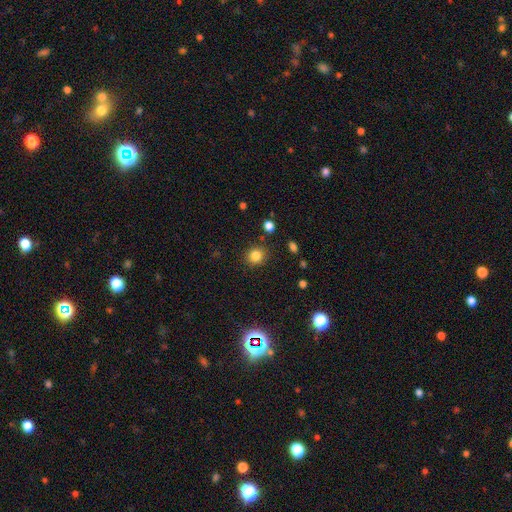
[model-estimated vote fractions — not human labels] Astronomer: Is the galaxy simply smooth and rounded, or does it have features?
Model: smooth — 82%.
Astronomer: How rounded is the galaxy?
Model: round — 83%.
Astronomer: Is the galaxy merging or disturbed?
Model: none — 86%.